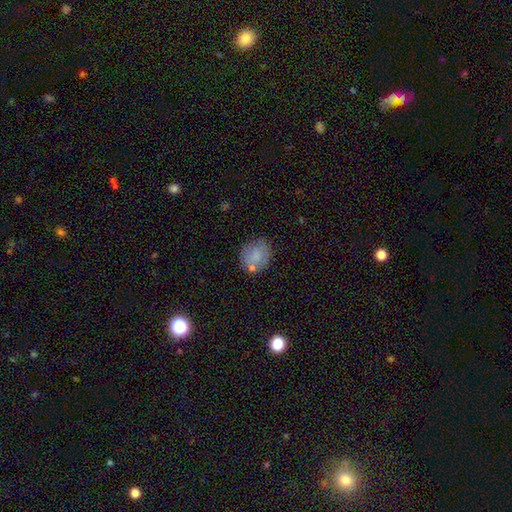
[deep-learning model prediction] Morphology: type=smooth (76%); roundness=round (67%); merging=none (64%).